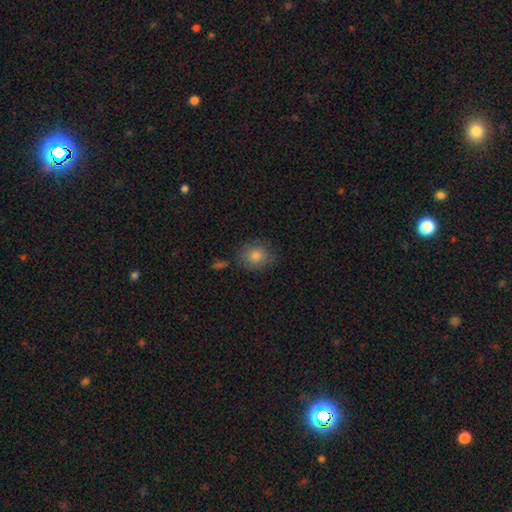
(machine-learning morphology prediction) Q: Smooth or featured?
A: smooth (79%); runner-up: star or artifact (13%)
Q: How rounded?
A: round (77%); runner-up: in between (22%)
Q: Merging?
A: none (82%); runner-up: minor disturbance (12%)